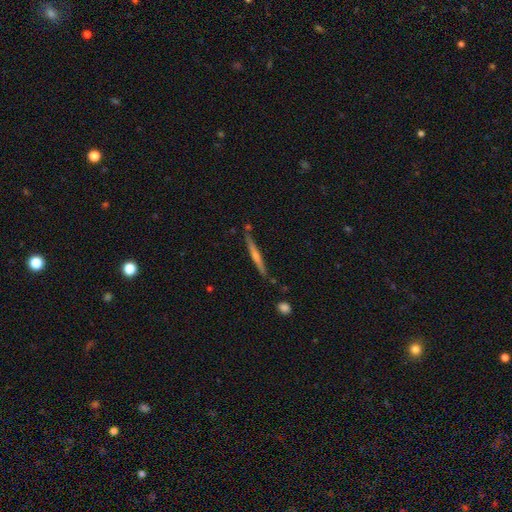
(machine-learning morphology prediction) This appears to be a featured or disk galaxy (71%) viewed edge-on (98%) with a rounded central bulge (65%). Merging: none (86%).